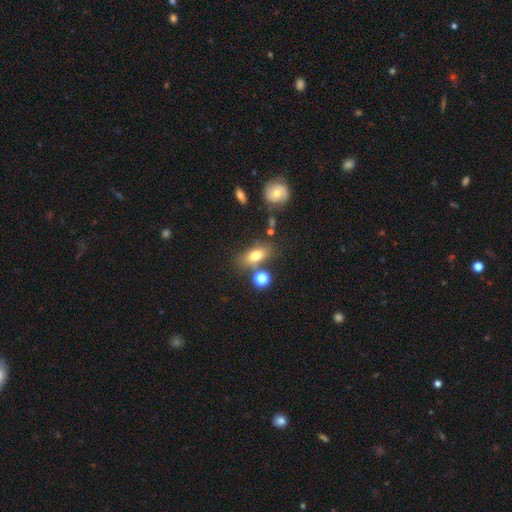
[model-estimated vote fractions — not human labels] smooth_or_featured: smooth (p=0.70) [alt: featured or disk p=0.17]
how_rounded: in between (p=0.76) [alt: round p=0.13]
merging: none (p=0.67) [alt: minor disturbance p=0.14]